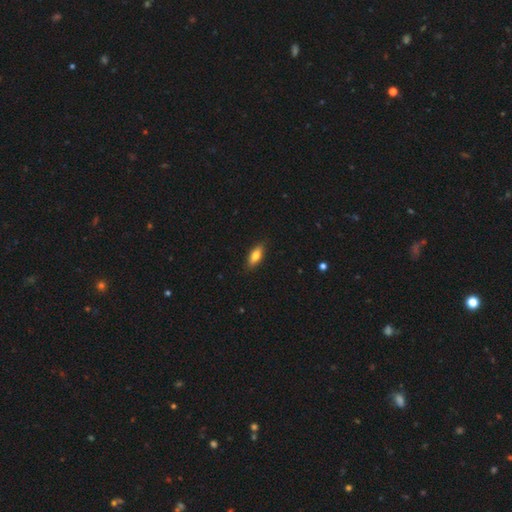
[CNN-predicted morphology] Q: Smooth or featured?
A: smooth (77%); runner-up: featured or disk (16%)
Q: How rounded?
A: in between (75%); runner-up: cigar-shaped (22%)
Q: Merging?
A: none (87%); runner-up: minor disturbance (10%)